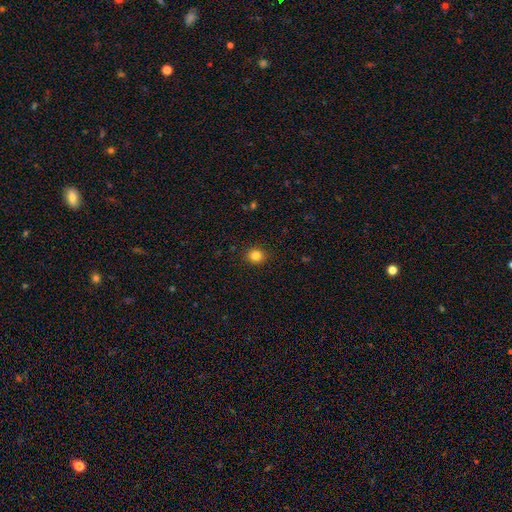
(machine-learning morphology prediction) Smooth or featured? Predicted: smooth (p=0.83). How rounded? Predicted: round (p=0.84). Merging? Predicted: none (p=0.91).